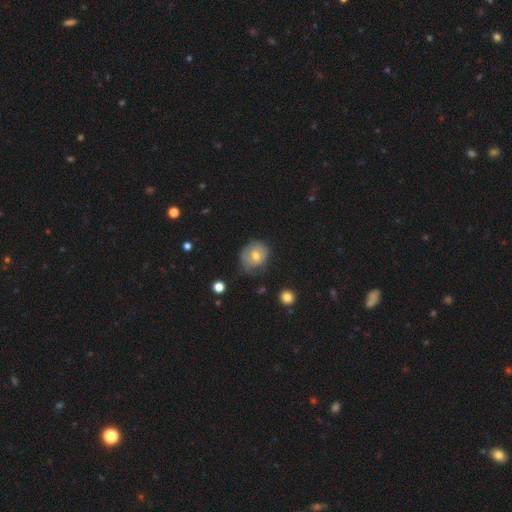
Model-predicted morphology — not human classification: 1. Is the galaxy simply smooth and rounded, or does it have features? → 65% smooth, 26% featured or disk, 9% star or artifact.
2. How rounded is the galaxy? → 66% round, 33% in between, 1% cigar-shaped.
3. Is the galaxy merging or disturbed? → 52% none, 34% minor disturbance, 12% major disturbance, 2% merger.